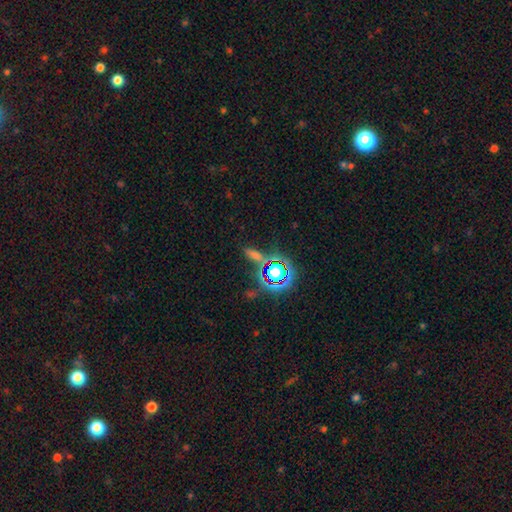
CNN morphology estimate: Smooth or featured?
  - star or artifact: 46% *
  - smooth: 39%
  - featured or disk: 15%